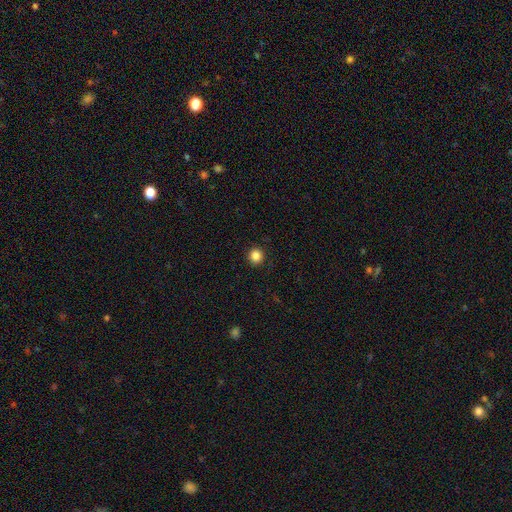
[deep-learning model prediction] Overall: smooth (86%). How rounded: round (91%). Merging: none (92%).